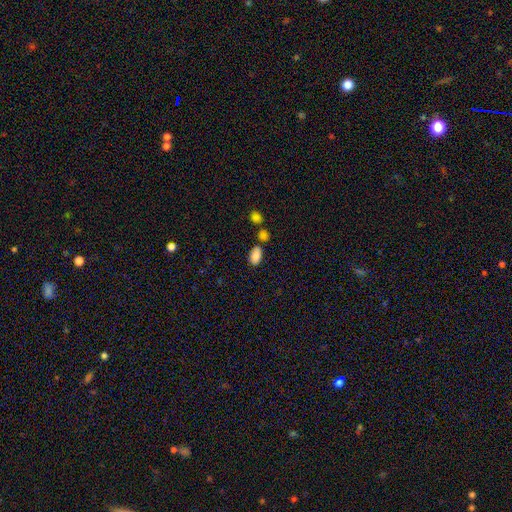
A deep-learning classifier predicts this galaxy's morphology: type=smooth (85%); roundness=in between (91%); merging=none (68%).